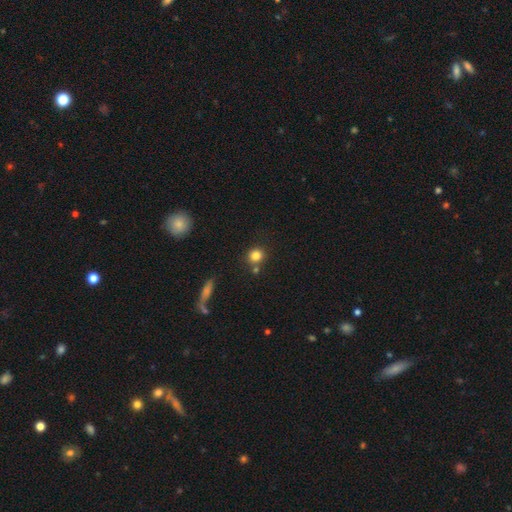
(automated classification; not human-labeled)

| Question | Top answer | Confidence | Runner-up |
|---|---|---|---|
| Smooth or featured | smooth | 82% | star or artifact (12%) |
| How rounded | round | 88% | in between (11%) |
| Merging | none | 73% | merger (14%) |